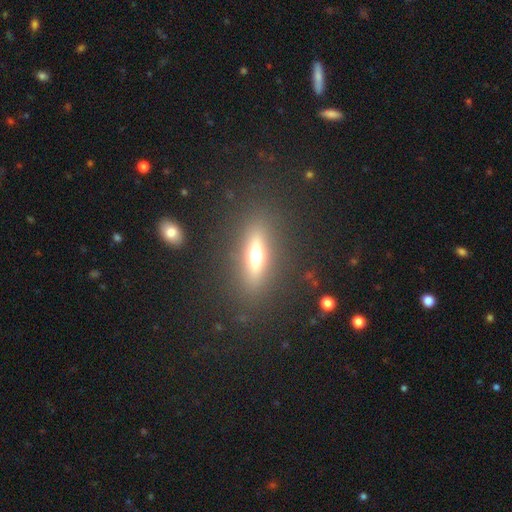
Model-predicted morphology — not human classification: smooth-or-featured: featured or disk: 44% (tied) | smooth: 44% (tied) | star or artifact: 12%
  merging: none: 86% | minor disturbance: 8% | major disturbance: 4% | merger: 1%